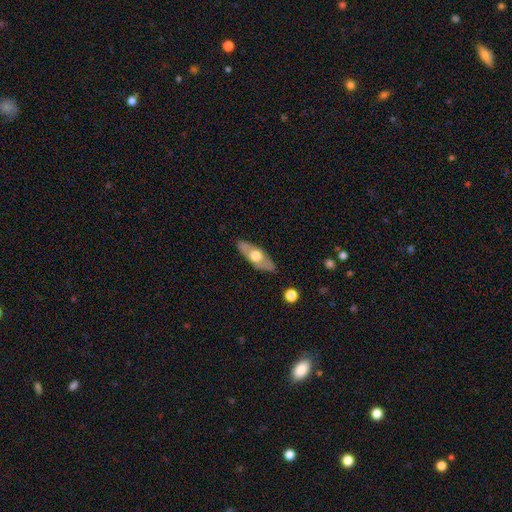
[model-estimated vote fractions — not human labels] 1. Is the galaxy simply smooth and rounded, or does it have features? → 50% featured or disk, 45% smooth, 5% star or artifact.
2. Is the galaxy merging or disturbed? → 84% none, 12% minor disturbance, 3% major disturbance, 1% merger.